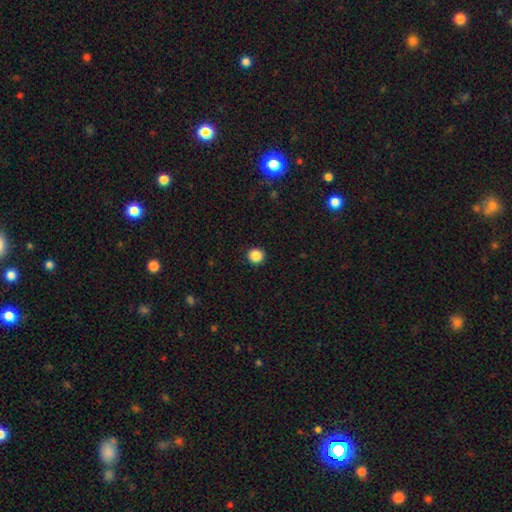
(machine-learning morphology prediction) Overall: smooth (87%). How rounded: round (94%). Merging: none (92%).